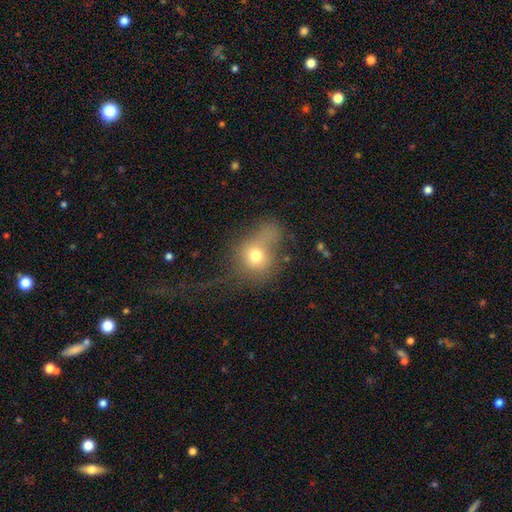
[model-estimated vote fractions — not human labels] A smooth galaxy with no disk features (68%) that is round (70%).

Vote fractions:
- Smooth or featured? smooth: 68% / featured or disk: 18% / star or artifact: 14%
- How rounded? round: 70% / in between: 29% / cigar-shaped: 2%
- Merging? major disturbance: 44% / none: 28% / minor disturbance: 21% / merger: 7%